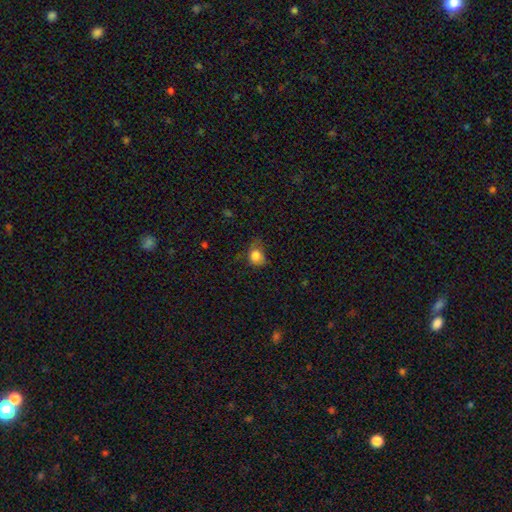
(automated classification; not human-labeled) smooth_or_featured: smooth (p=0.82) [alt: star or artifact p=0.10]
how_rounded: round (p=0.57) [alt: in between p=0.41]
merging: none (p=0.41) [alt: minor disturbance p=0.35]